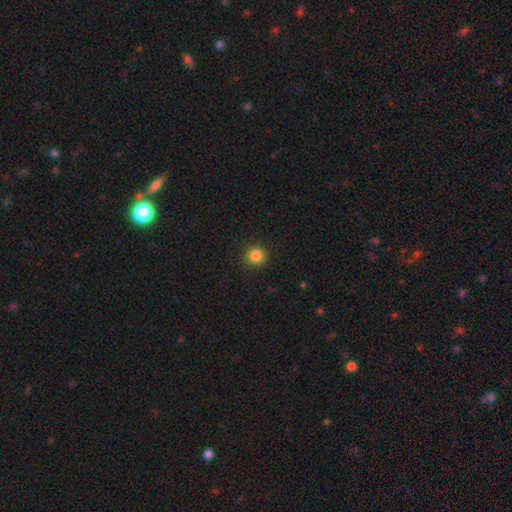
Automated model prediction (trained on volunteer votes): smooth 84%, star or artifact 12%, featured or disk 4%. Down the decision tree: how rounded — round (94%); merging — none (92%).